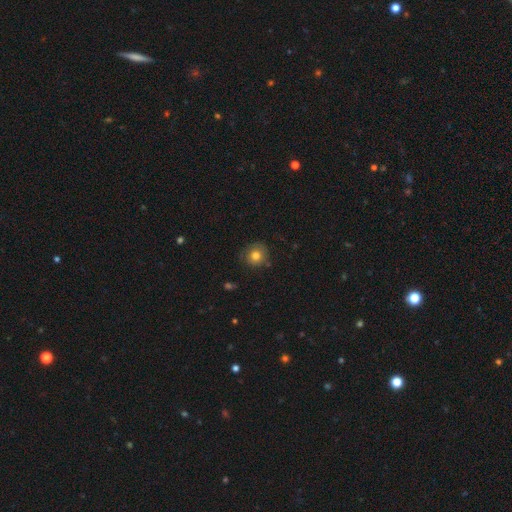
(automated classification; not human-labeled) smooth-or-featured: smooth: 76% | featured or disk: 13% | star or artifact: 11%
  how-rounded: round: 89% | in between: 10% | cigar-shaped: 1%
  merging: none: 77% | minor disturbance: 17% | major disturbance: 4% | merger: 2%